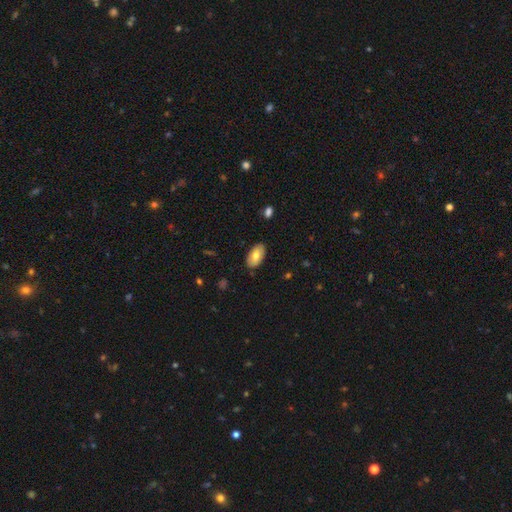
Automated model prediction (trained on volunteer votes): Overall: smooth (76%). How rounded: in between (95%). Merging: none (86%).